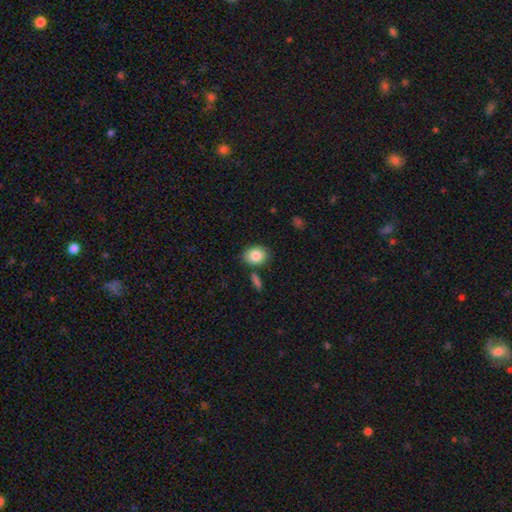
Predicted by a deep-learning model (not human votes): Morphology: type=smooth (84%); roundness=in between (58%); merging=none (79%).